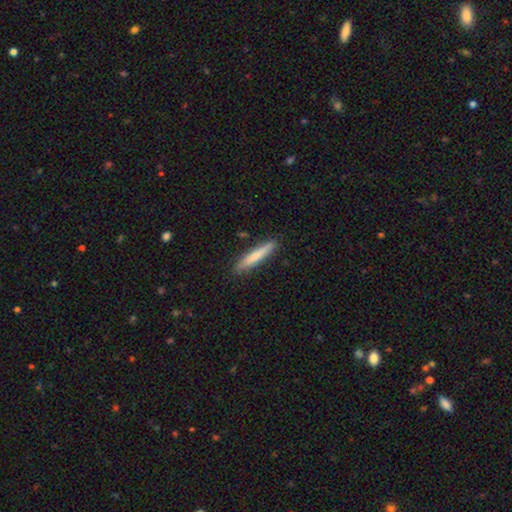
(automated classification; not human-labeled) Overall: smooth (73%). How rounded: cigar-shaped (92%). Merging: none (87%).